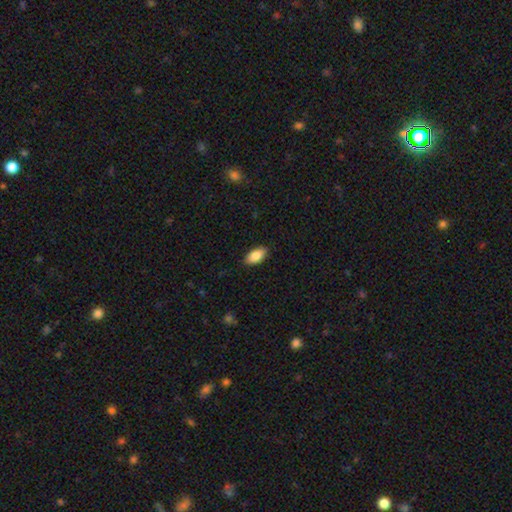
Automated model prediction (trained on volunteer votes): smooth-or-featured: smooth: 86% | featured or disk: 7% | star or artifact: 7%
  how-rounded: in between: 93% | cigar-shaped: 5% | round: 3%
  merging: none: 88% | minor disturbance: 9% | major disturbance: 2% | merger: 1%